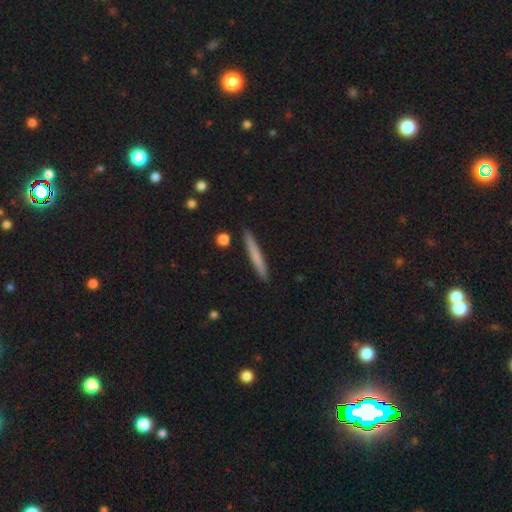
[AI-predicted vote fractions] Overall: smooth (69%). How rounded: cigar-shaped (96%). Merging: none (91%).